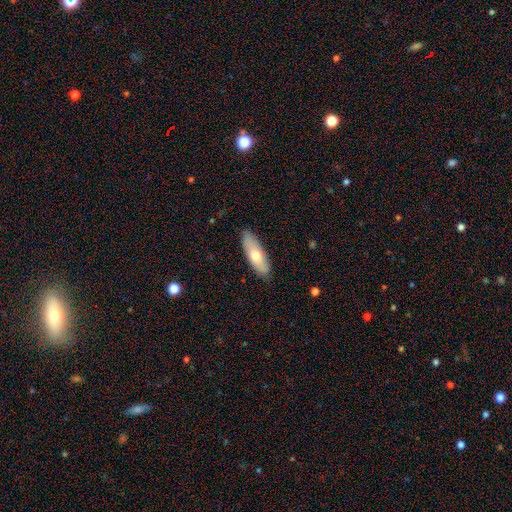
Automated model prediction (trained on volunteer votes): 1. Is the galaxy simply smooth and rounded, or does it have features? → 67% smooth, 28% featured or disk, 6% star or artifact.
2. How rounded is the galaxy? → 64% in between, 34% cigar-shaped, 2% round.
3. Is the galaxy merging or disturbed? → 85% none, 12% minor disturbance, 2% major disturbance, 1% merger.